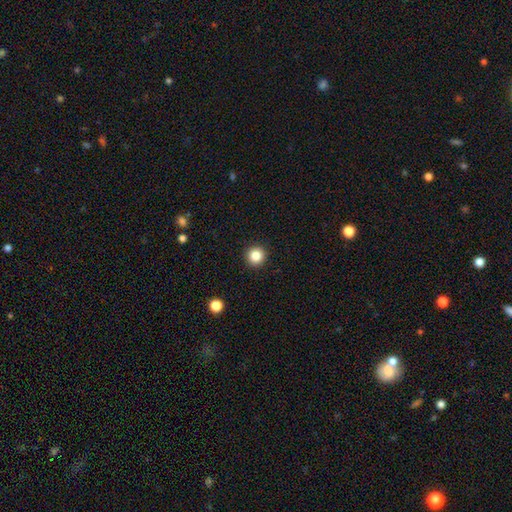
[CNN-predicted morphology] This appears to be a smooth galaxy with no disk features (84%) that is round (95%). Merging: none (93%).